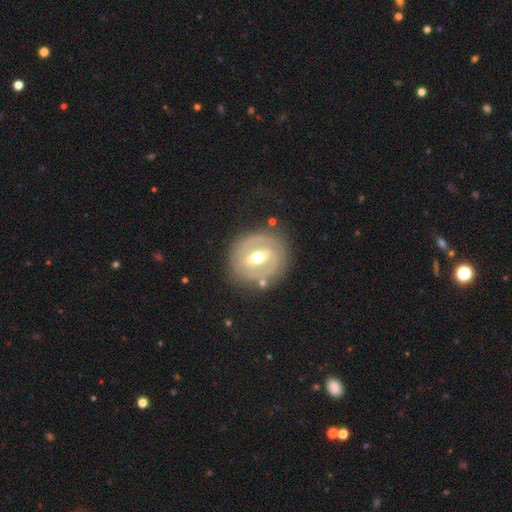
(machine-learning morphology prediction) featured or disk 73%, smooth 21%, star or artifact 6%. Down the decision tree: edge-on disk — no (93%); bar — strong (49%); spiral arms — yes (52%); bulge size — moderate (72%); merging — none (77%).